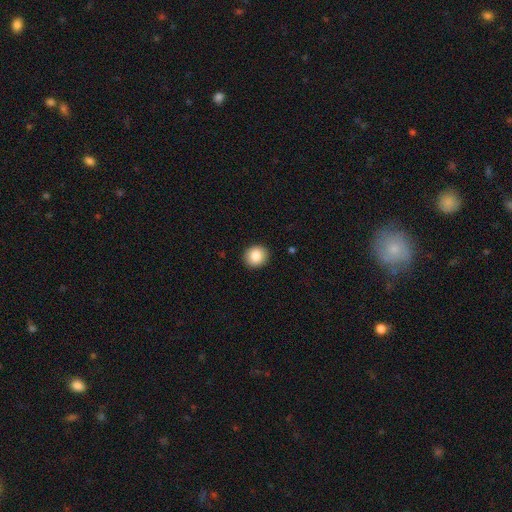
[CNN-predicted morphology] smooth_or_featured: smooth (p=0.86) [alt: star or artifact p=0.08]
how_rounded: round (p=0.84) [alt: in between p=0.15]
merging: none (p=0.92) [alt: minor disturbance p=0.05]